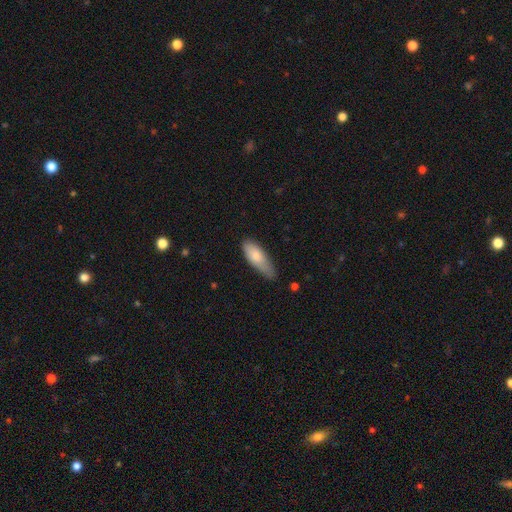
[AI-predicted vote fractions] A smooth galaxy with no disk features (81%) that is in between round and cigar-shaped (66%). Merging: none (48%).